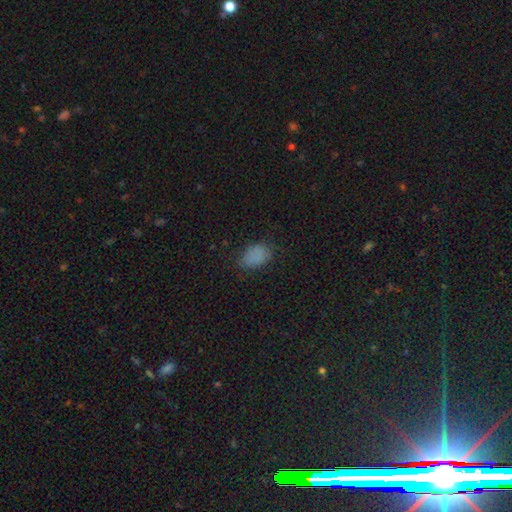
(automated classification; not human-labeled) smooth 80%, star or artifact 13%, featured or disk 7%. Down the decision tree: how rounded — in between (88%); merging — none (67%).